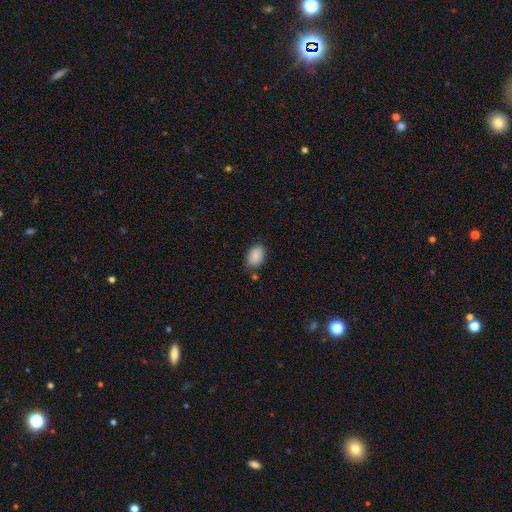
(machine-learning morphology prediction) Smooth or featured: smooth — 89% (star or artifact — 7%)
How rounded: in between — 87% (round — 12%)
Merging: none — 80% (minor disturbance — 14%)